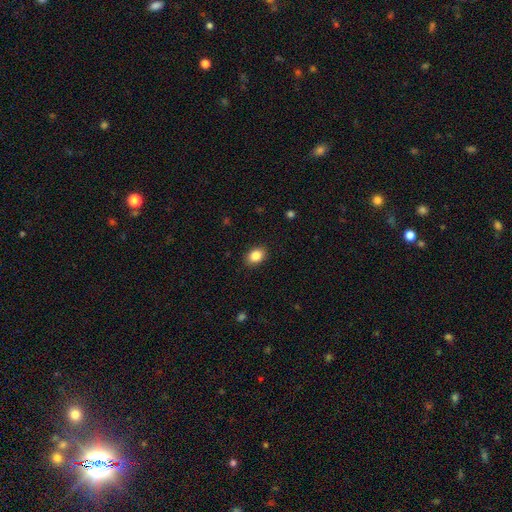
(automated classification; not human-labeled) A smooth galaxy with no disk features (86%) that is in between round and cigar-shaped (71%).

Vote fractions:
- Smooth or featured? smooth: 86% / star or artifact: 9% / featured or disk: 5%
- How rounded? in between: 71% / round: 28% / cigar-shaped: 1%
- Merging? none: 88% / minor disturbance: 8% / major disturbance: 2% / merger: 1%